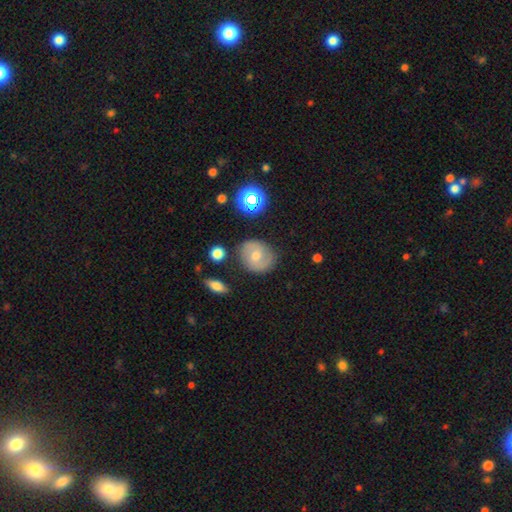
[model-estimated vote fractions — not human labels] This appears to be a smooth galaxy with no disk features (45%). Merging: none (80%).